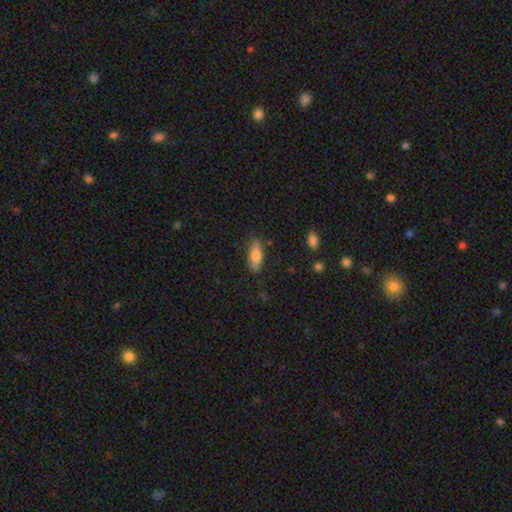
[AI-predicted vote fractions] smooth-or-featured: smooth: 78% | featured or disk: 15% | star or artifact: 7%
  how-rounded: in between: 71% | cigar-shaped: 27% | round: 2%
  merging: none: 79% | minor disturbance: 15% | major disturbance: 3% | merger: 2%